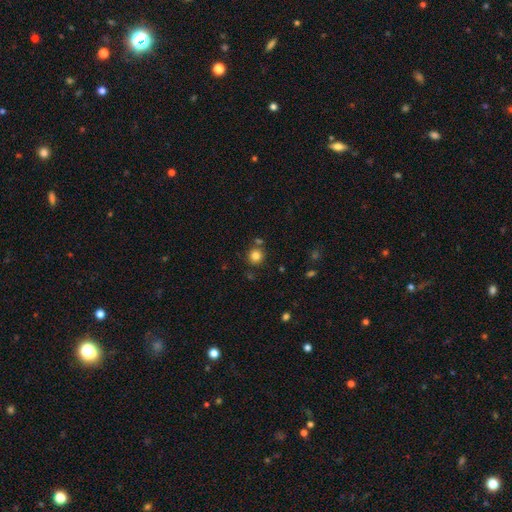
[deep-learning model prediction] Morphology: type=smooth (82%); roundness=round (92%); merging=none (79%).